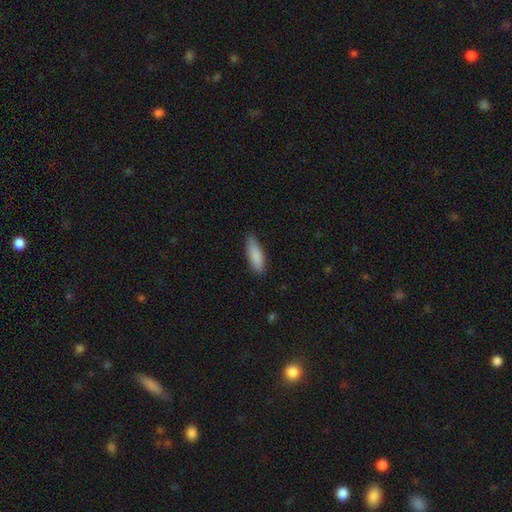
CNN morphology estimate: This is clearly a smooth galaxy (88%). How rounded: possibly in between (59%). Merging: clearly none (81%).